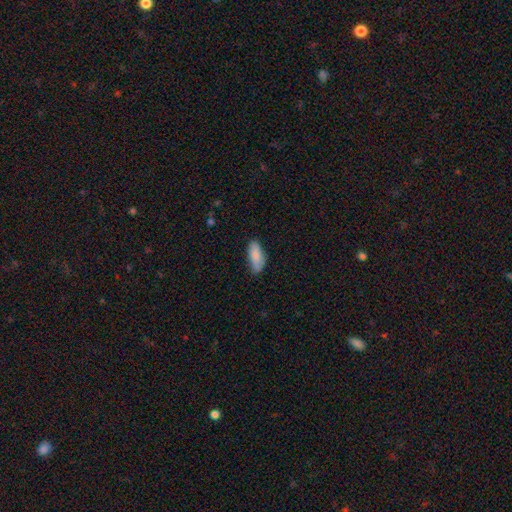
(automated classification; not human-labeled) Overall: smooth (86%). How rounded: in between (79%). Merging: none (76%).